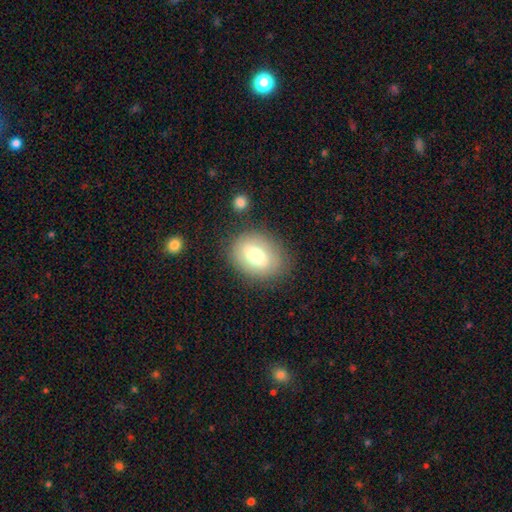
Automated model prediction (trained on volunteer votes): Smooth or featured? smooth (66%)
How rounded? in between (72%)
Merging? none (79%)